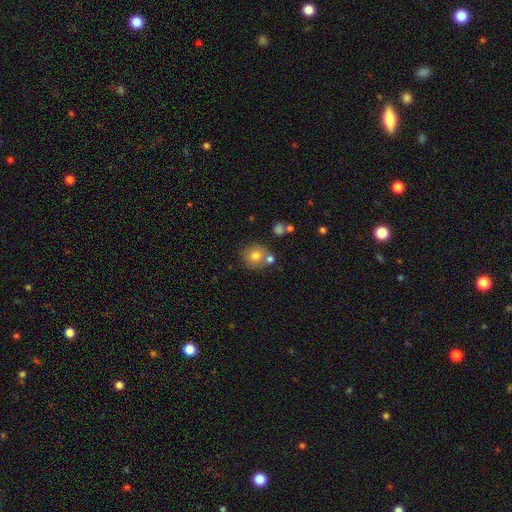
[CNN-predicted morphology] This is likely a smooth galaxy (77%). How rounded: clearly round (88%). Merging: likely none (65%).